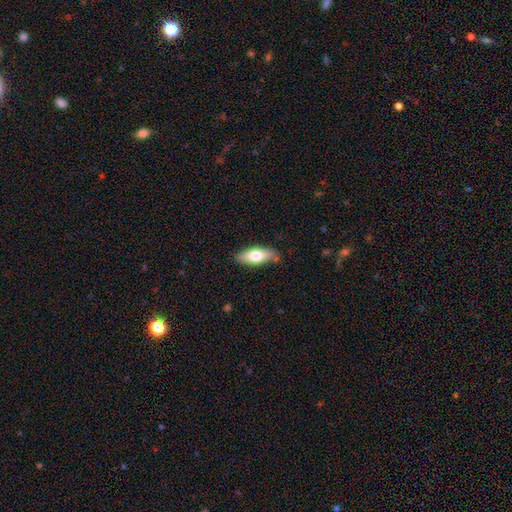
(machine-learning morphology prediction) Smooth or featured? smooth (68%)
How rounded? in between (74%)
Merging? none (79%)